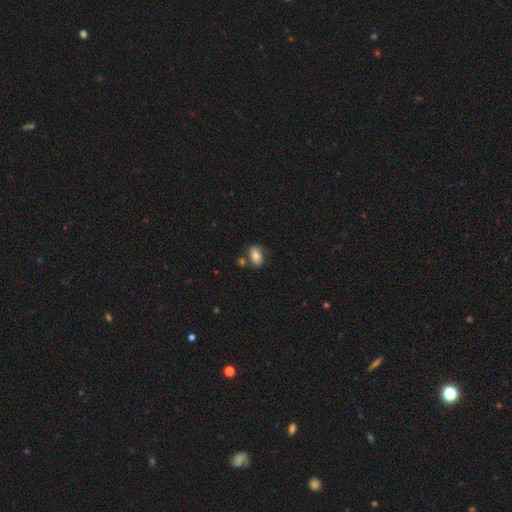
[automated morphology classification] Smooth or featured?
  - smooth: 75% *
  - featured or disk: 16%
  - star or artifact: 9%
How rounded?
  - in between: 83% *
  - round: 15%
  - cigar-shaped: 1%
Merging?
  - none: 69% *
  - minor disturbance: 15%
  - merger: 12%
  - major disturbance: 4%